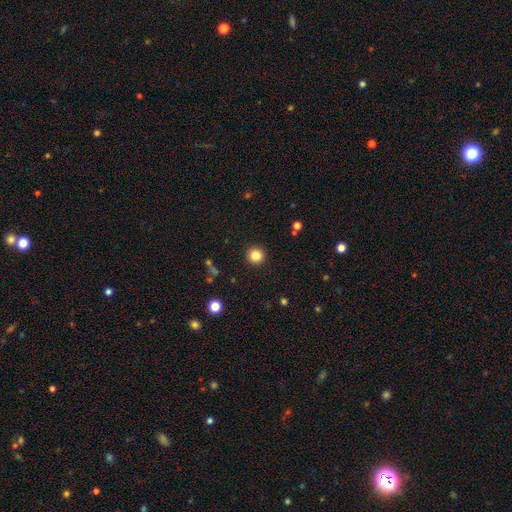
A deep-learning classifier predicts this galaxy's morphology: type=smooth (84%); roundness=round (94%); merging=none (92%).